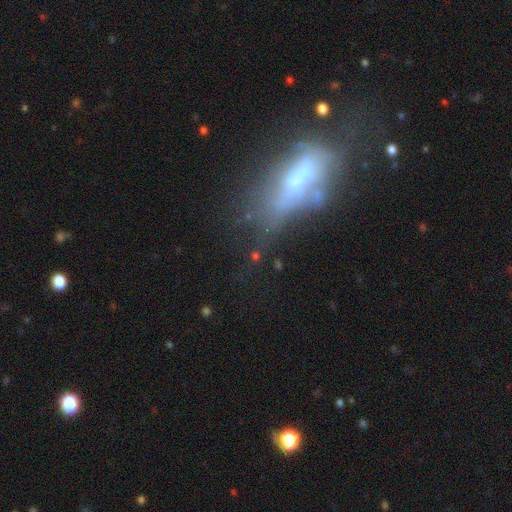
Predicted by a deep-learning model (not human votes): smooth_or_featured: featured or disk (p=0.43) [alt: smooth p=0.33]
merging: none (p=0.40) [alt: major disturbance p=0.29]